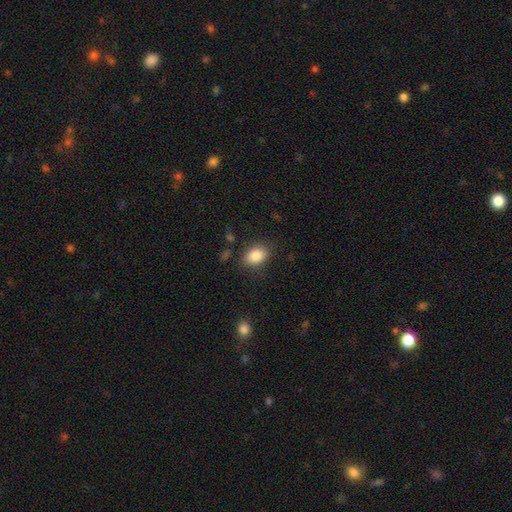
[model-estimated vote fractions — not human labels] This is clearly a smooth galaxy (86%). How rounded: likely in between (79%). Merging: clearly none (81%).